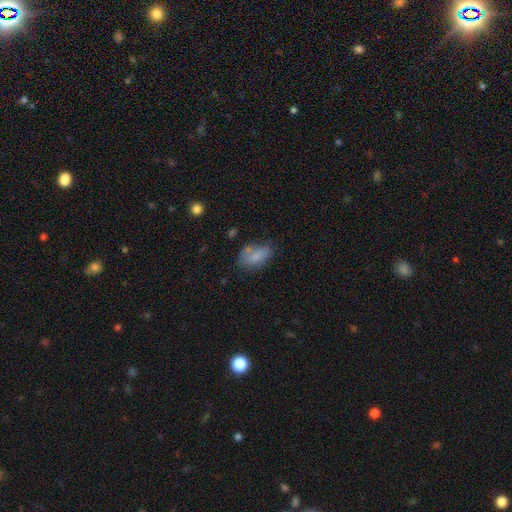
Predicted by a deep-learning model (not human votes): Overall: smooth (79%). How rounded: in between (88%). Merging: none (55%; minor disturbance 25%).